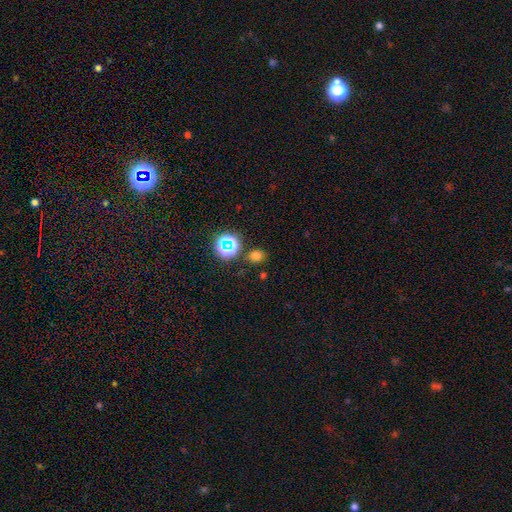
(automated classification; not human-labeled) This appears to be a smooth galaxy with no disk features (69%) that is round (70%). Merging: none (81%).